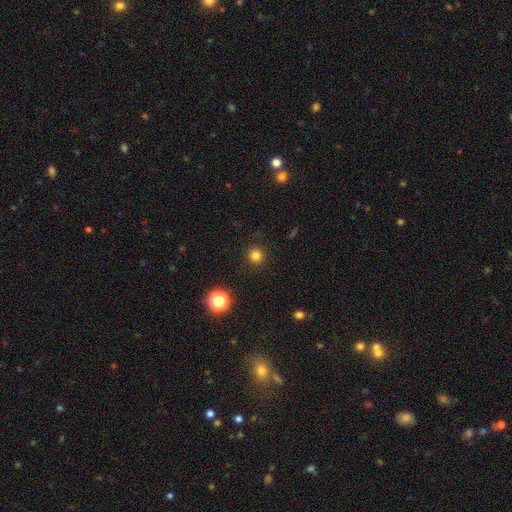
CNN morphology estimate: smooth 81%, star or artifact 15%, featured or disk 4%. Down the decision tree: how rounded — round (95%); merging — none (91%).